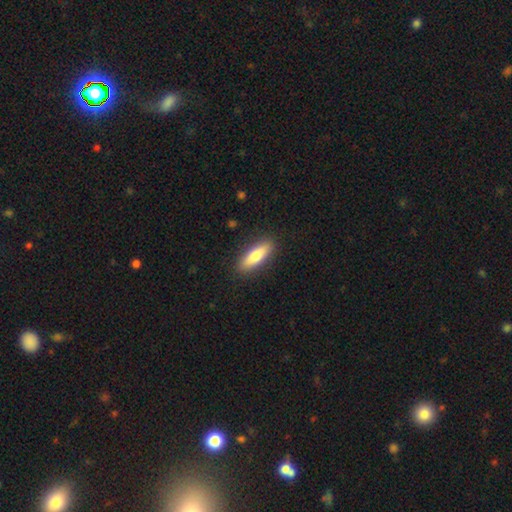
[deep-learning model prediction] The model was most divided on "how rounded": cigar-shaped: 53%, in between: 45%, round: 2%. More confident: merging — none (89%); smooth or featured — smooth (73%).